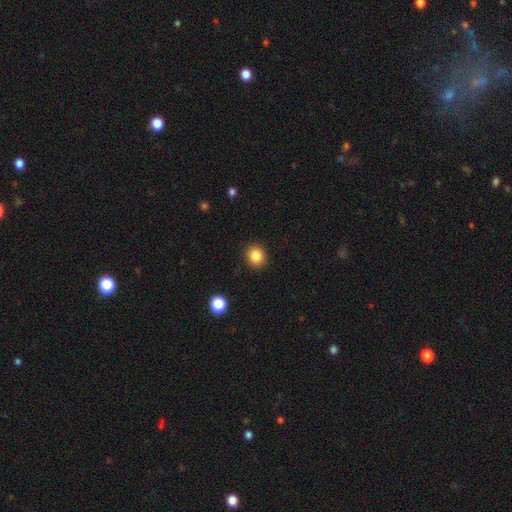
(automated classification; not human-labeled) Overall: smooth (85%). How rounded: round (78%). Merging: none (91%).